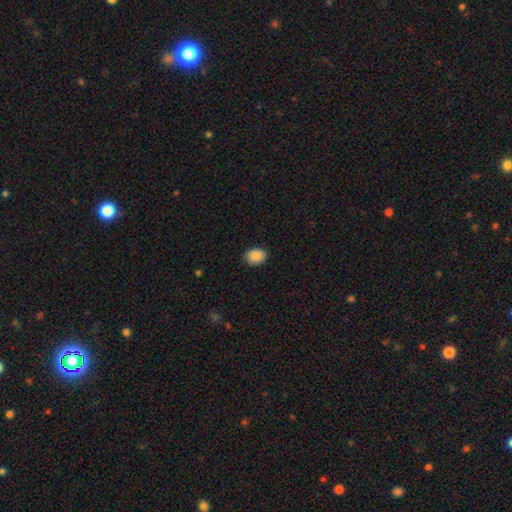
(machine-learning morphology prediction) A smooth galaxy with no disk features (88%) that is in between round and cigar-shaped (65%). Merging: none (78%).